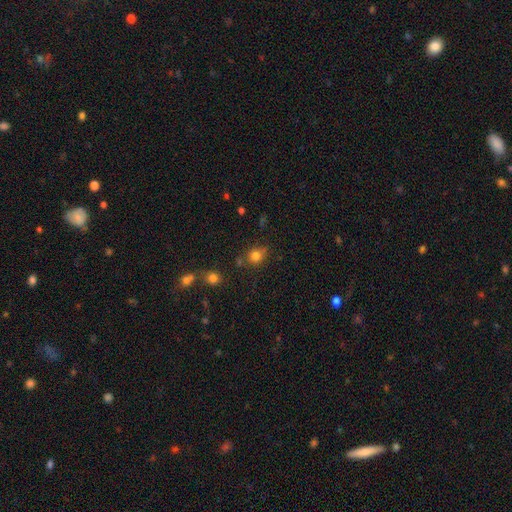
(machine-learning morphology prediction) This appears to be a smooth galaxy with no disk features (79%) that is round (79%). Merging: none (70%).